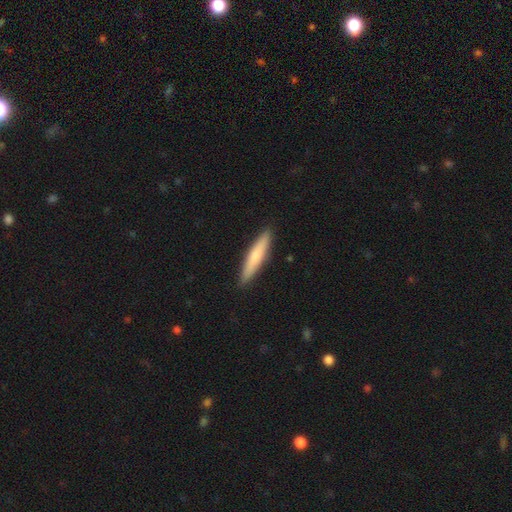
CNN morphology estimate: Smooth or featured? smooth (64%)
How rounded? cigar-shaped (88%)
Merging? none (91%)